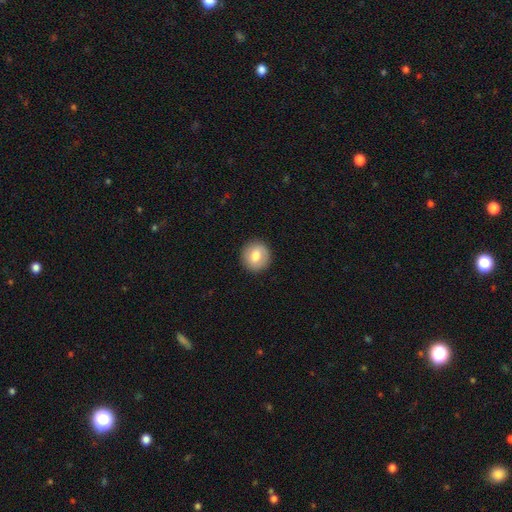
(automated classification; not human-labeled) This is likely a smooth galaxy (72%). How rounded: clearly round (91%). Merging: clearly none (90%).